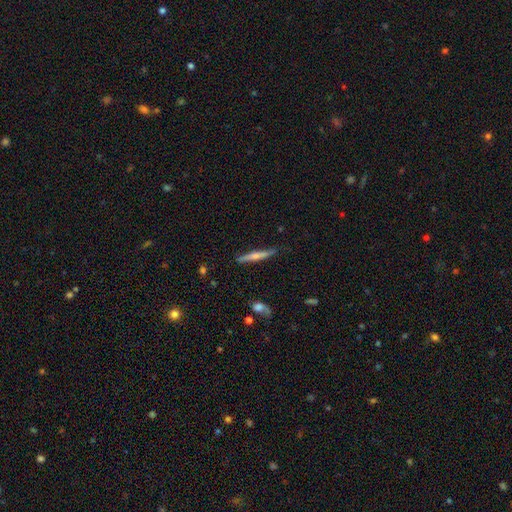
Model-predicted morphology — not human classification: Q: Smooth or featured?
A: smooth (50%); runner-up: featured or disk (44%)
Q: Merging?
A: none (81%); runner-up: minor disturbance (14%)